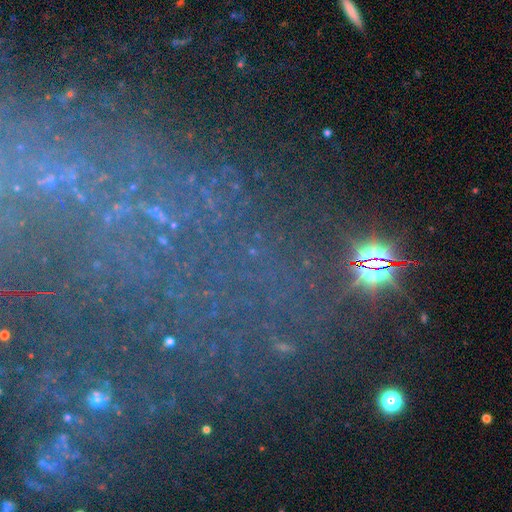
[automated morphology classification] A star or artifact, not a galaxy (74%).

Vote fractions:
- Smooth or featured? star or artifact: 74% / featured or disk: 13% / smooth: 13%